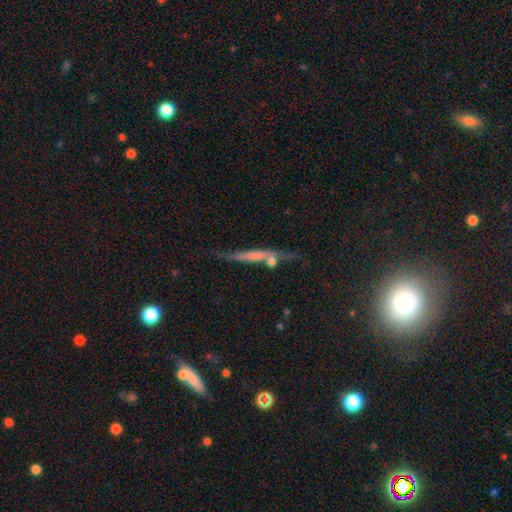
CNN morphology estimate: The model was most divided on "smooth or featured": featured or disk: 56%, smooth: 25%, star or artifact: 19%. More confident: edge-on disk — yes (85%); merging — none (72%).